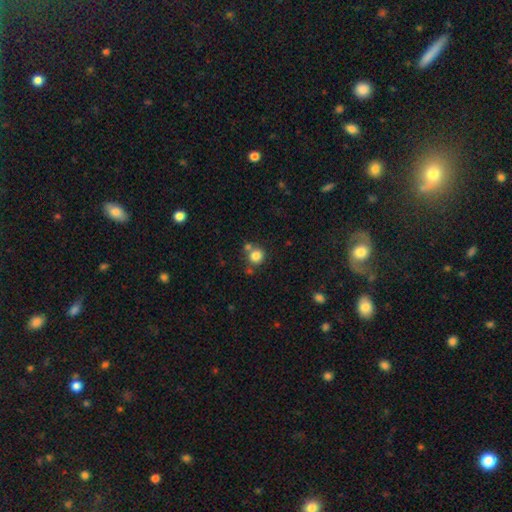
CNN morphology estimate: type=smooth (82%); roundness=round (88%); merging=none (64%).